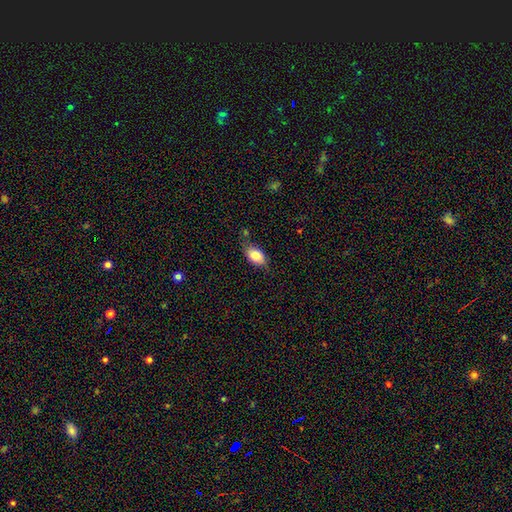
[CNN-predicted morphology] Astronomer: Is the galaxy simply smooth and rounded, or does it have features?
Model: smooth — 83%.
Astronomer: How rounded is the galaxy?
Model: in between — 90%.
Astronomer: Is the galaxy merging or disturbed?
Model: none — 64%.